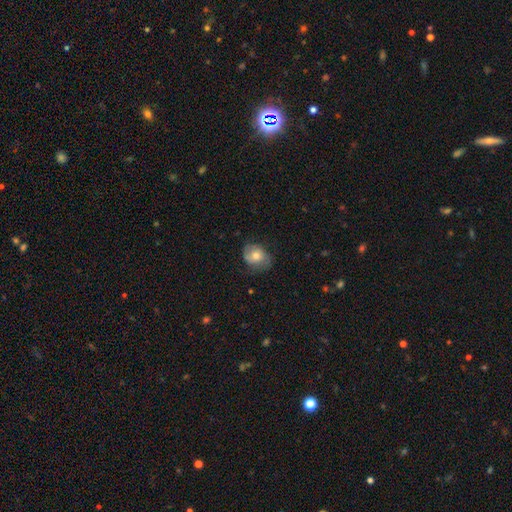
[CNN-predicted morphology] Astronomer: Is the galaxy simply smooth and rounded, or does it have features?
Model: smooth — 57% (runner-up: featured or disk, 35%).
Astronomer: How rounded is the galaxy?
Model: round — 50% (runner-up: in between, 49%).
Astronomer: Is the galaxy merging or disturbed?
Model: none — 64%.